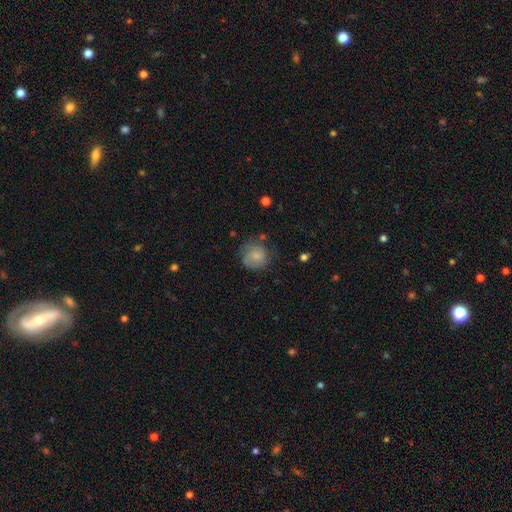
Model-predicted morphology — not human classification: A smooth galaxy with no disk features (63%) that is round (86%).

Vote fractions:
- Smooth or featured? smooth: 63% / featured or disk: 29% / star or artifact: 8%
- How rounded? round: 86% / in between: 13% / cigar-shaped: 1%
- Merging? none: 64% / minor disturbance: 23% / major disturbance: 10% / merger: 3%